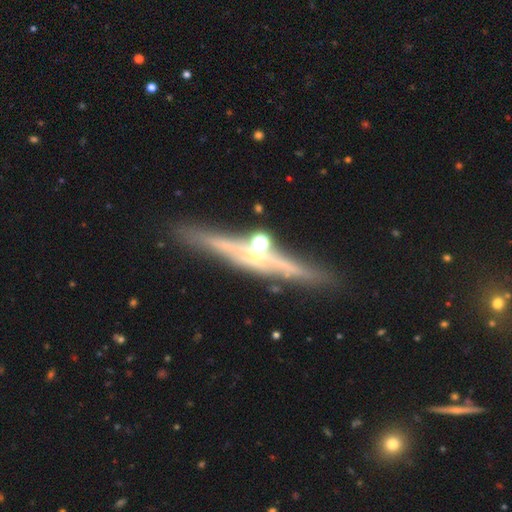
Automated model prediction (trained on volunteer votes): Q: Smooth or featured?
A: featured or disk (78%); runner-up: smooth (14%)
Q: Edge-on disk?
A: yes (96%); runner-up: no (4%)
Q: Edge-on bulge?
A: rounded (74%); runner-up: none (19%)
Q: Merging?
A: none (83%); runner-up: minor disturbance (8%)